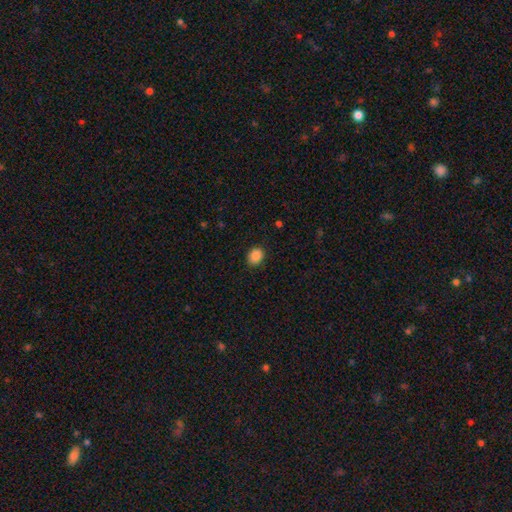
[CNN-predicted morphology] This appears to be a smooth galaxy with no disk features (87%) that is round (58%). Merging: none (88%).